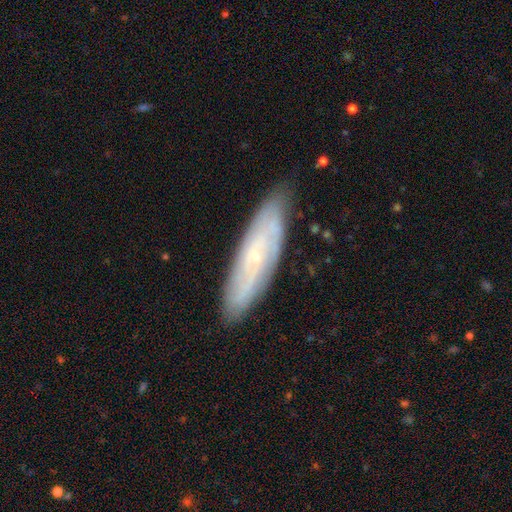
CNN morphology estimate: smooth_or_featured: featured or disk (p=0.69) [alt: smooth p=0.24]
disk_edge_on: no (p=0.74) [alt: yes p=0.26]
bar: no (p=0.72) [alt: weak p=0.23]
has_spiral_arms: yes (p=0.84) [alt: no p=0.16]
bulge_size: small (p=0.82) [alt: moderate p=0.13]
merging: none (p=0.82) [alt: minor disturbance p=0.14]